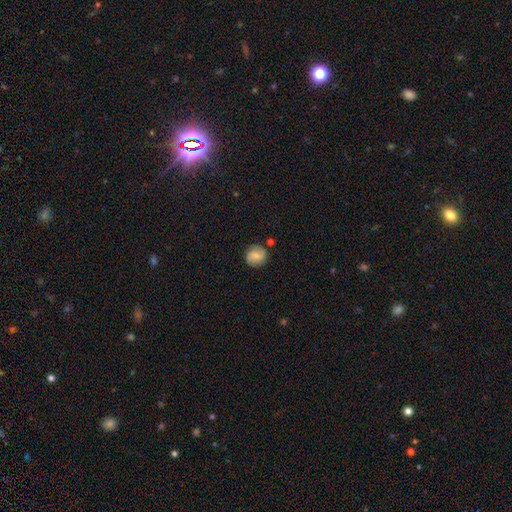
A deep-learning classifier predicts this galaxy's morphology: Q: Smooth or featured?
A: smooth (64%); runner-up: featured or disk (27%)
Q: How rounded?
A: round (88%); runner-up: in between (11%)
Q: Merging?
A: none (80%); runner-up: minor disturbance (13%)